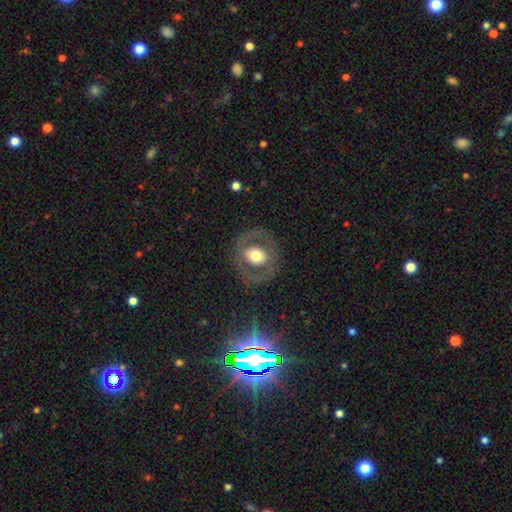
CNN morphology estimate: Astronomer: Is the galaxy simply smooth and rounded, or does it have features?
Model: featured or disk — 50% (runner-up: smooth, 43%).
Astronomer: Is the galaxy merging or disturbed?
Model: none — 79%.